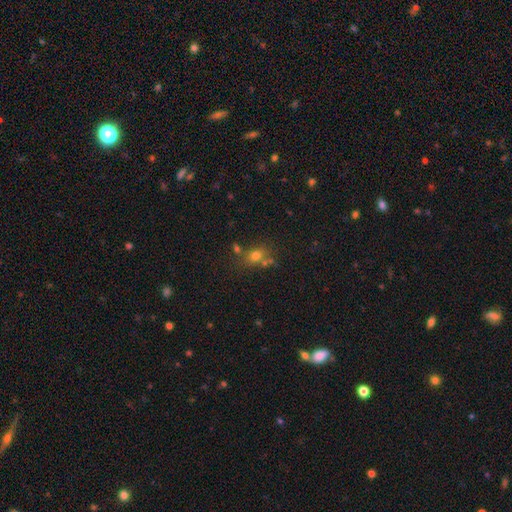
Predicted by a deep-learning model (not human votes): Q: Smooth or featured?
A: smooth (65%); runner-up: star or artifact (23%)
Q: How rounded?
A: round (57%); runner-up: in between (41%)
Q: Merging?
A: none (60%); runner-up: merger (21%)